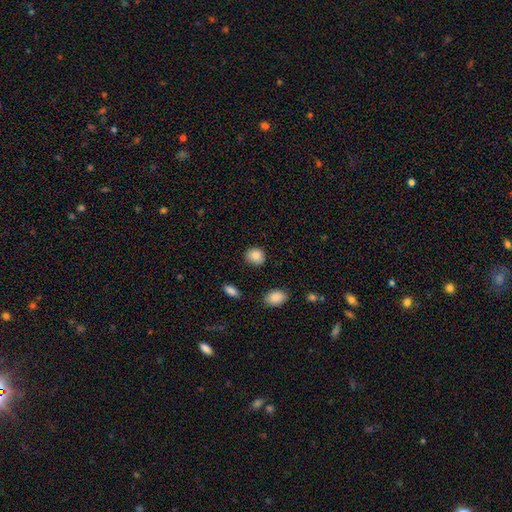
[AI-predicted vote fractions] smooth_or_featured: smooth (p=0.87) [alt: star or artifact p=0.08]
how_rounded: round (p=0.73) [alt: in between p=0.26]
merging: none (p=0.85) [alt: minor disturbance p=0.11]